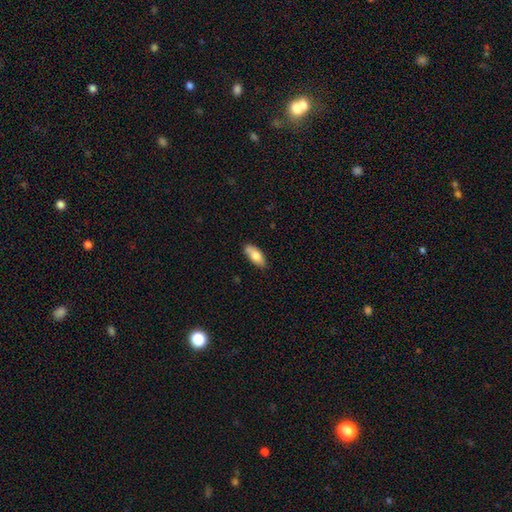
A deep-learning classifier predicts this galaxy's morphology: A smooth galaxy with no disk features (78%) that is in between round and cigar-shaped (82%).

Vote fractions:
- Smooth or featured? smooth: 78% / featured or disk: 16% / star or artifact: 6%
- How rounded? in between: 82% / cigar-shaped: 16% / round: 2%
- Merging? none: 75% / minor disturbance: 18% / merger: 3% / major disturbance: 3%